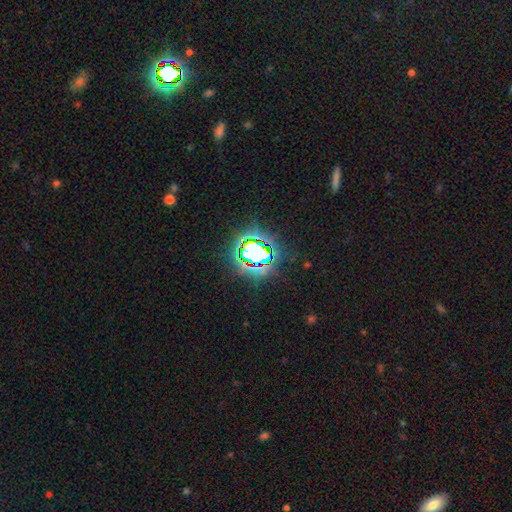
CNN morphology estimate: Overall: star or artifact (79%).